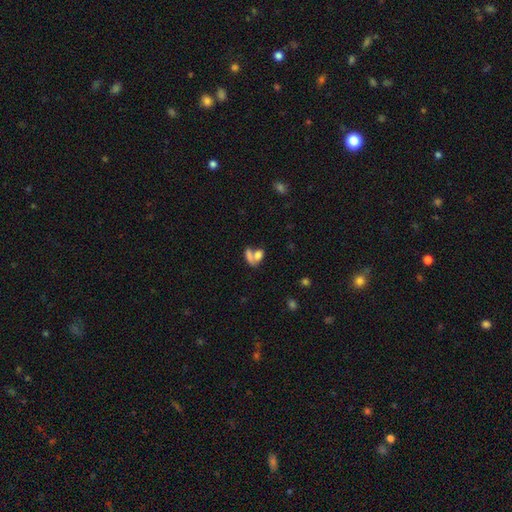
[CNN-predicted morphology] A smooth galaxy with no disk features (73%) that is in between round and cigar-shaped (75%).

Vote fractions:
- Smooth or featured? smooth: 73% / featured or disk: 15% / star or artifact: 11%
- How rounded? in between: 75% / round: 18% / cigar-shaped: 7%
- Merging? merger: 60% / none: 26% / minor disturbance: 8% / major disturbance: 6%